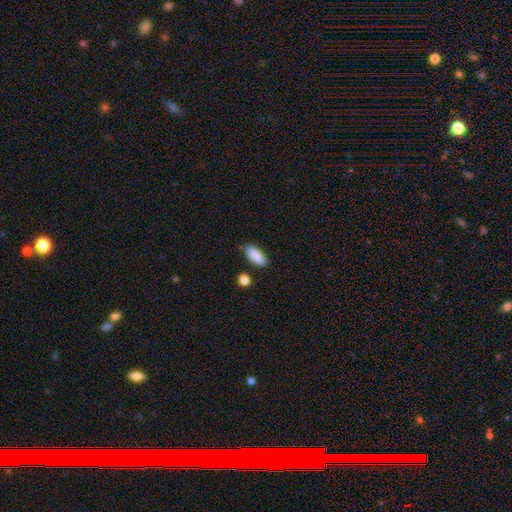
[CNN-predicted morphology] A smooth galaxy with no disk features (90%) that is in between round and cigar-shaped (84%).

Vote fractions:
- Smooth or featured? smooth: 90% / star or artifact: 6% / featured or disk: 4%
- How rounded? in between: 84% / cigar-shaped: 13% / round: 2%
- Merging? none: 82% / minor disturbance: 12% / merger: 4% / major disturbance: 2%